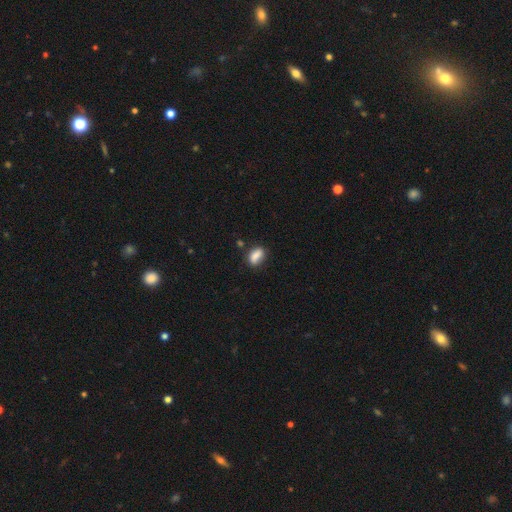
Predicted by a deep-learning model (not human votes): This appears to be a smooth galaxy with no disk features (82%) that is in between round and cigar-shaped (80%). Merging: none (67%).